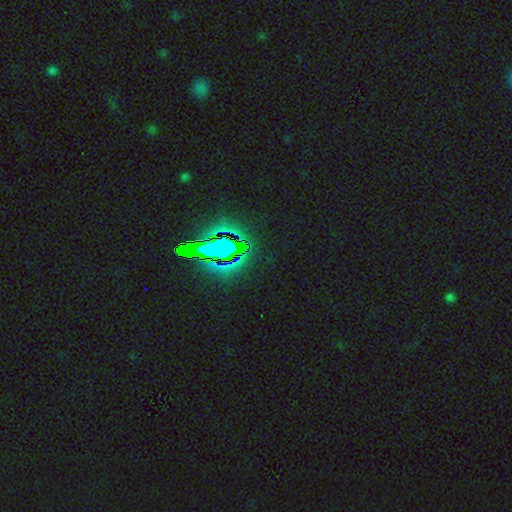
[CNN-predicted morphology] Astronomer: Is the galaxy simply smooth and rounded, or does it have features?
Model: star or artifact — 83%.